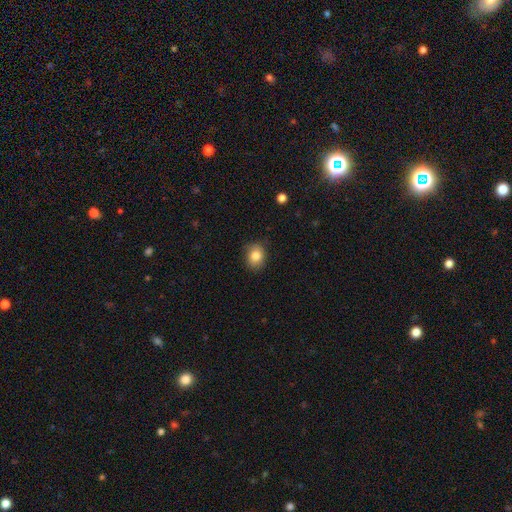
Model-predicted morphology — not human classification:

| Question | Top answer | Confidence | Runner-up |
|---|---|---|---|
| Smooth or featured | smooth | 83% | star or artifact (10%) |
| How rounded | round | 55% | in between (44%) |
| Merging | none | 84% | minor disturbance (12%) |